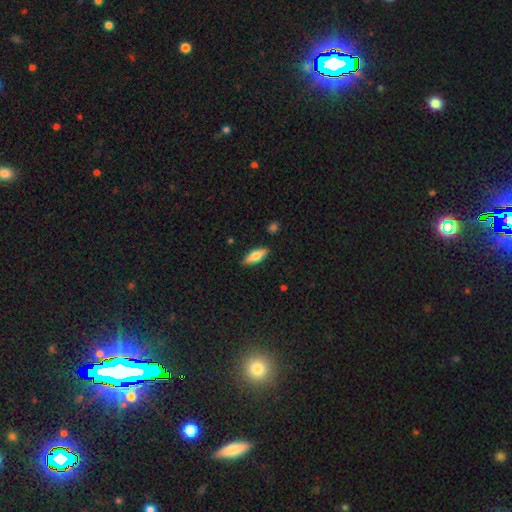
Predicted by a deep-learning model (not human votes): smooth 62%, featured or disk 32%, star or artifact 6%. Down the decision tree: how rounded — in between (62%); merging — none (88%).